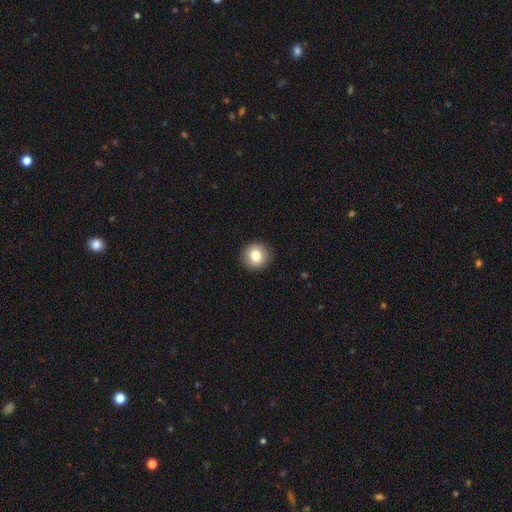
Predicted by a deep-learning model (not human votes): A smooth galaxy with no disk features (82%) that is round (90%). Merging: none (91%).